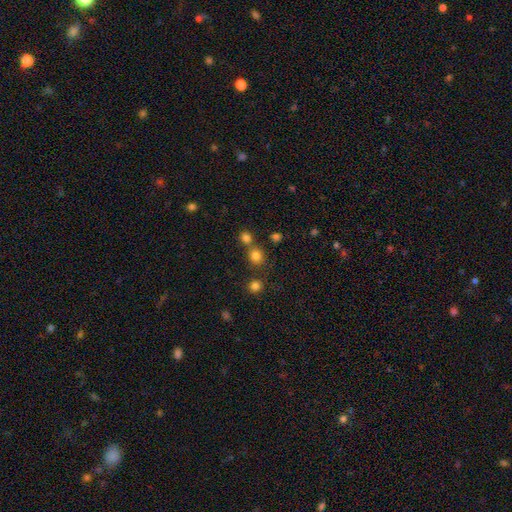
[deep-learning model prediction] smooth_or_featured: smooth (p=0.78) [alt: star or artifact p=0.16]
how_rounded: round (p=0.85) [alt: in between p=0.14]
merging: none (p=0.67) [alt: merger p=0.23]